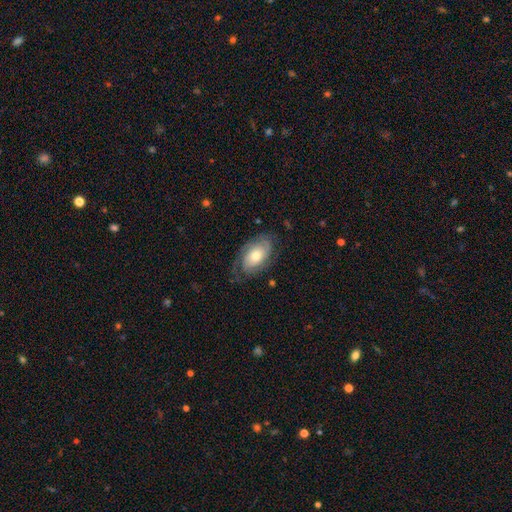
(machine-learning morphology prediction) smooth-or-featured: featured or disk: 70% | smooth: 24% | star or artifact: 6%
  disk-edge-on: no: 95% | yes: 5%
    bar: no: 75% | weak: 20% | strong: 5%
    has-spiral-arms: yes: 89% | no: 11%
      spiral-winding: tight: 56% | medium: 31% | loose: 13%
      spiral-arm-count: 2: 56% | can't tell: 24% | 3: 8% | 1: 8% | 4: 3% | more than 4: 2%
    bulge-size: moderate: 62% | small: 23% | large: 11% | dominant: 2% | none: 2%
  merging: none: 68% | minor disturbance: 20% | major disturbance: 11% | merger: 1%